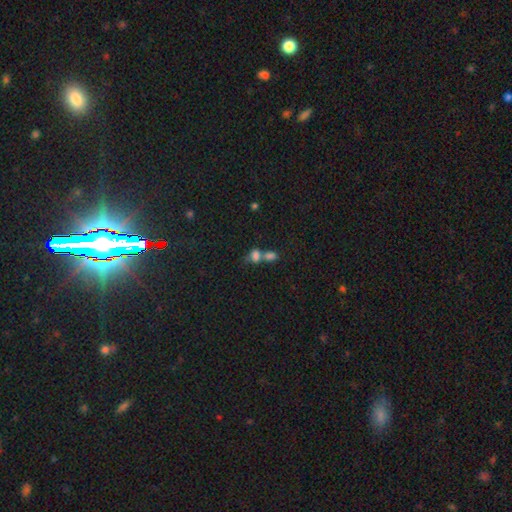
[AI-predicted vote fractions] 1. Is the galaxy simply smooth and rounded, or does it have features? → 75% smooth, 14% star or artifact, 11% featured or disk.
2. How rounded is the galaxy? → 63% in between, 34% round, 3% cigar-shaped.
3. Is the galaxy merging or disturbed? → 65% merger, 22% none, 7% minor disturbance, 5% major disturbance.